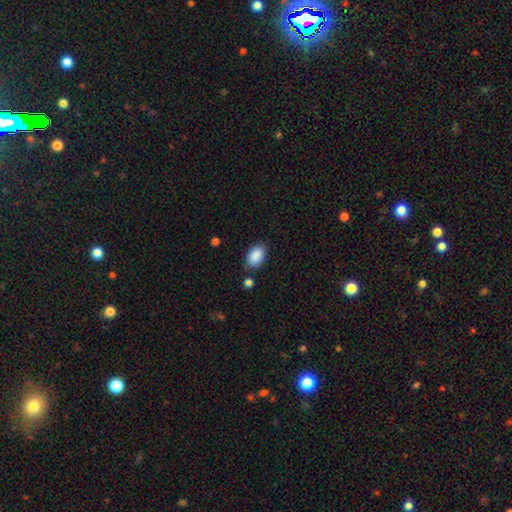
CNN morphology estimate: smooth 89%, star or artifact 7%, featured or disk 4%. Down the decision tree: how rounded — in between (92%); merging — none (79%).